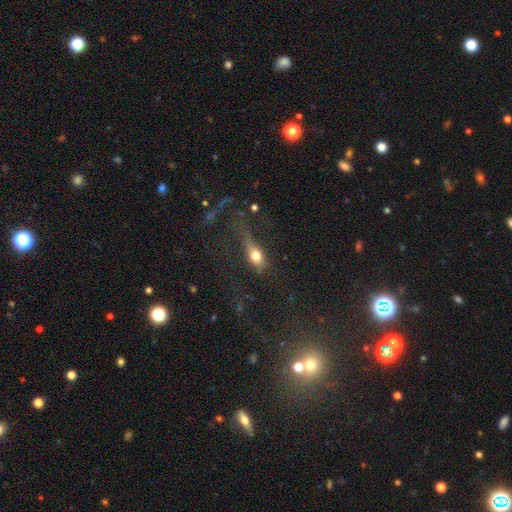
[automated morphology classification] Smooth or featured?
  - smooth: 68% *
  - featured or disk: 20%
  - star or artifact: 12%
How rounded?
  - in between: 67% *
  - cigar-shaped: 19%
  - round: 13%
Merging?
  - none: 41% *
  - major disturbance: 32%
  - minor disturbance: 22%
  - merger: 5%